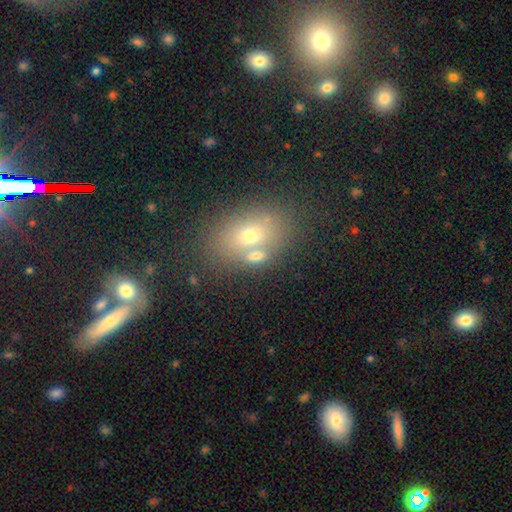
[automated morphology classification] A smooth galaxy with no disk features (64%) that is in between round and cigar-shaped (79%).

Vote fractions:
- Smooth or featured? smooth: 64% / featured or disk: 21% / star or artifact: 15%
- How rounded? in between: 79% / round: 18% / cigar-shaped: 3%
- Merging? none: 53% / merger: 27% / minor disturbance: 13% / major disturbance: 6%